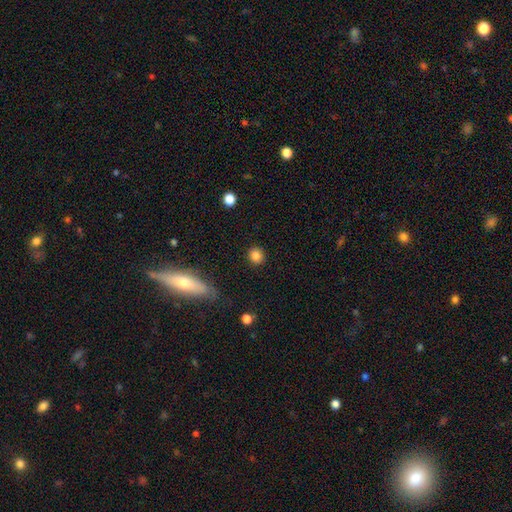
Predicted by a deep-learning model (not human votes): This appears to be a smooth galaxy with no disk features (84%) that is round (87%). Merging: none (90%).